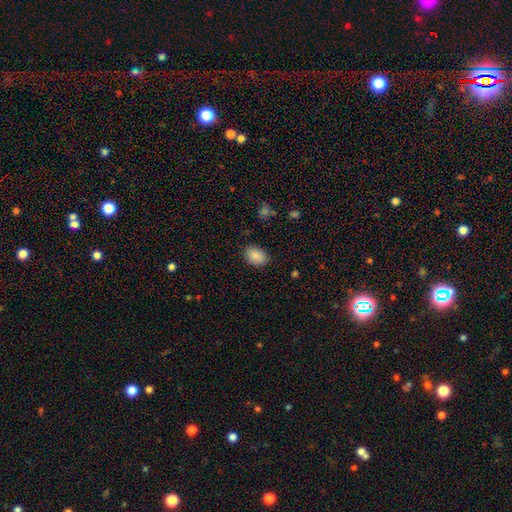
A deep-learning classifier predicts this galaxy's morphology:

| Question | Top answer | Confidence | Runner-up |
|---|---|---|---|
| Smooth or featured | smooth | 88% | star or artifact (8%) |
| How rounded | in between | 78% | round (21%) |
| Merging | none | 86% | minor disturbance (10%) |